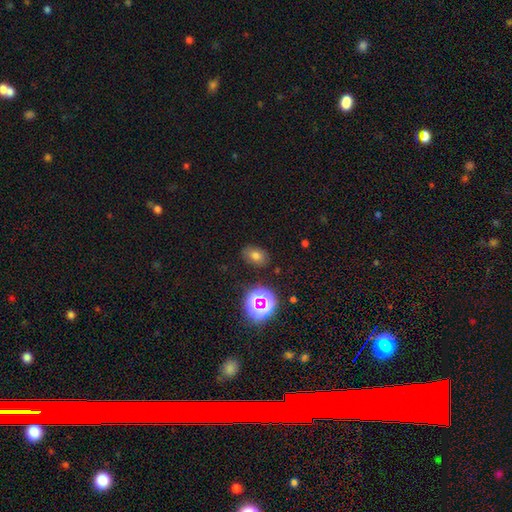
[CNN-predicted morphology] type=smooth (70%); roundness=in between (75%); merging=none (84%).